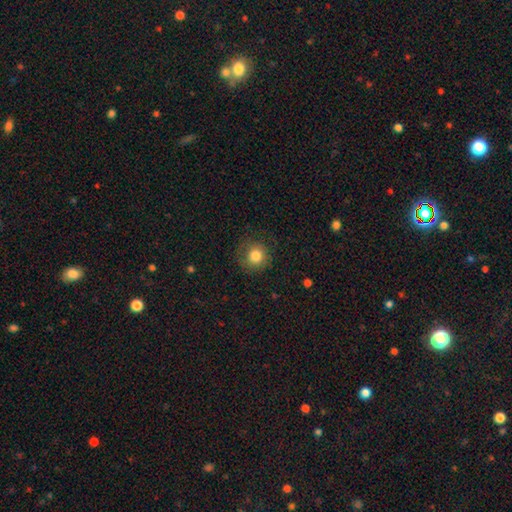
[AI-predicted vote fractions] smooth-or-featured: smooth: 82% | star or artifact: 10% | featured or disk: 8%
  how-rounded: round: 91% | in between: 8% | cigar-shaped: 1%
  merging: none: 79% | minor disturbance: 14% | major disturbance: 6% | merger: 1%